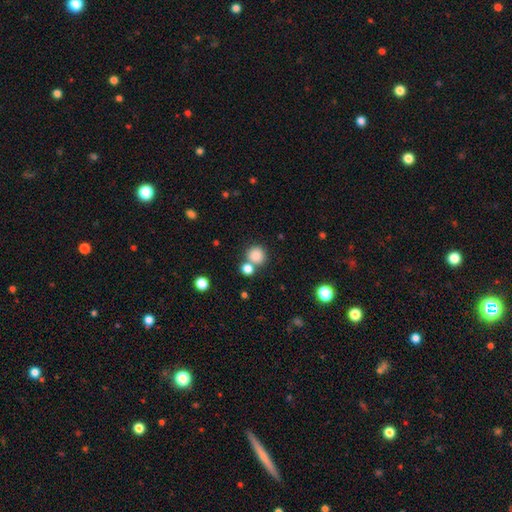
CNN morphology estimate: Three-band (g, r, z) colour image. It shows a smooth galaxy with no disk features (84%) that is round (89%). Merging: none (63%).